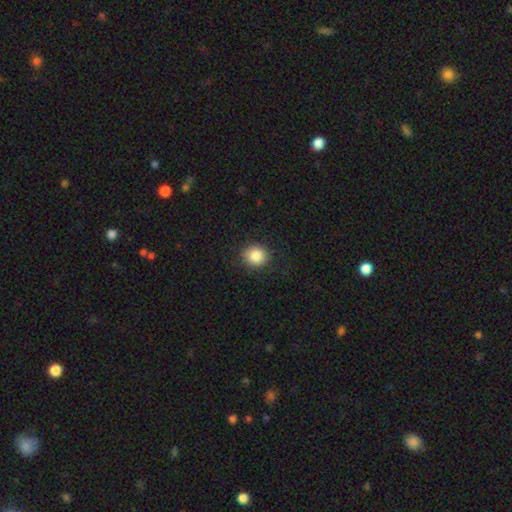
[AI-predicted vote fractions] A smooth galaxy with no disk features (86%) that is round (86%). Merging: none (87%).